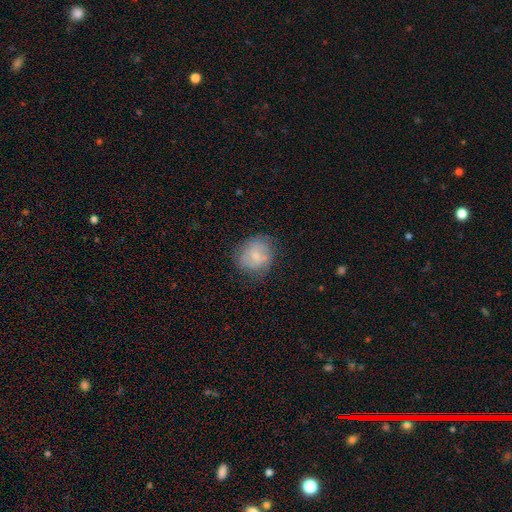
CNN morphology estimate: Smooth or featured: smooth — 66% (featured or disk — 26%)
How rounded: round — 75% (in between — 24%)
Merging: none — 66% (minor disturbance — 22%)